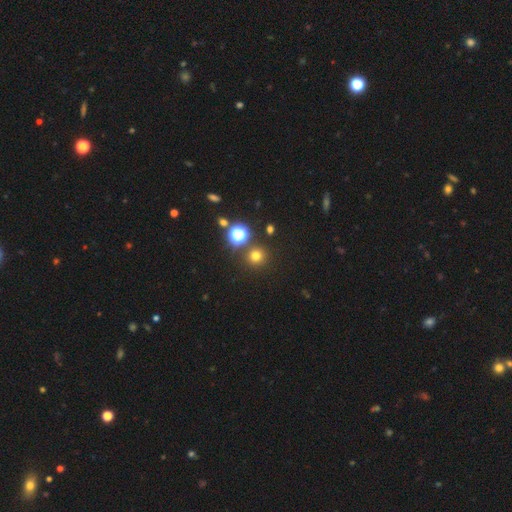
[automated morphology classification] Q: Smooth or featured?
A: smooth (70%); runner-up: star or artifact (24%)
Q: How rounded?
A: round (93%); runner-up: in between (6%)
Q: Merging?
A: none (85%); runner-up: minor disturbance (6%)